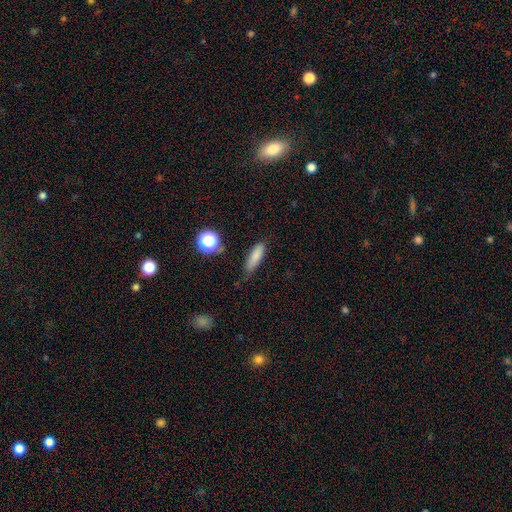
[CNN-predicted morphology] Smooth or featured: smooth — 80% (star or artifact — 10%)
How rounded: cigar-shaped — 53% (in between — 43%)
Merging: none — 68% (minor disturbance — 24%)